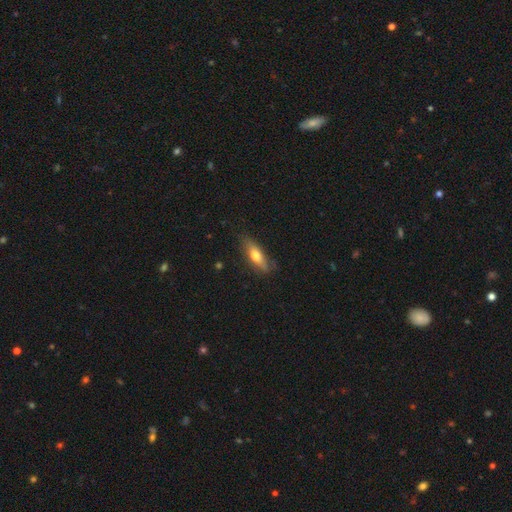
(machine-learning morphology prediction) smooth_or_featured: smooth (p=0.64) [alt: featured or disk p=0.30]
how_rounded: in between (p=0.55) [alt: cigar-shaped p=0.42]
merging: none (p=0.74) [alt: minor disturbance p=0.21]